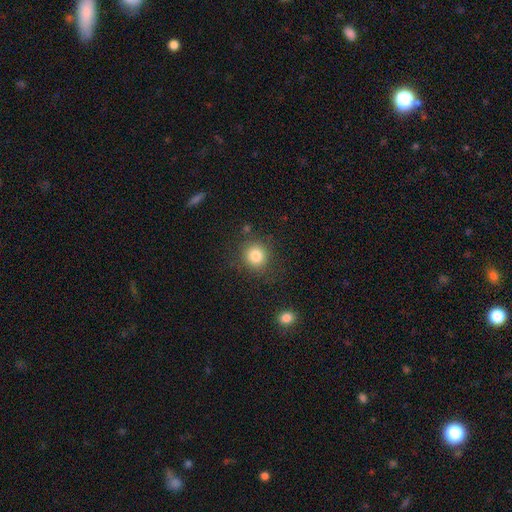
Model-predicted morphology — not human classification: Q: Smooth or featured?
A: smooth (82%); runner-up: star or artifact (11%)
Q: How rounded?
A: round (88%); runner-up: in between (11%)
Q: Merging?
A: none (83%); runner-up: minor disturbance (10%)